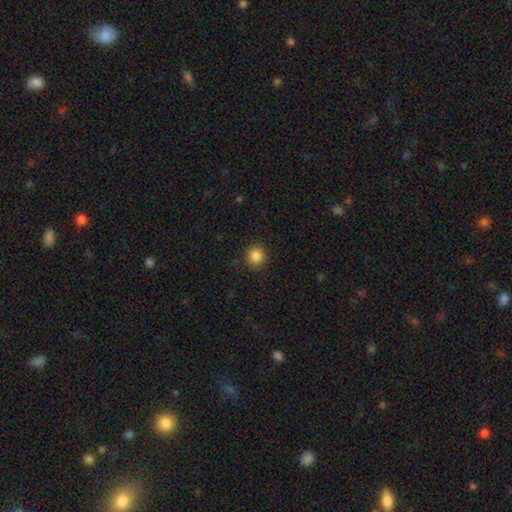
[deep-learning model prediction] This is clearly a smooth galaxy (86%). How rounded: clearly round (91%). Merging: clearly none (90%).